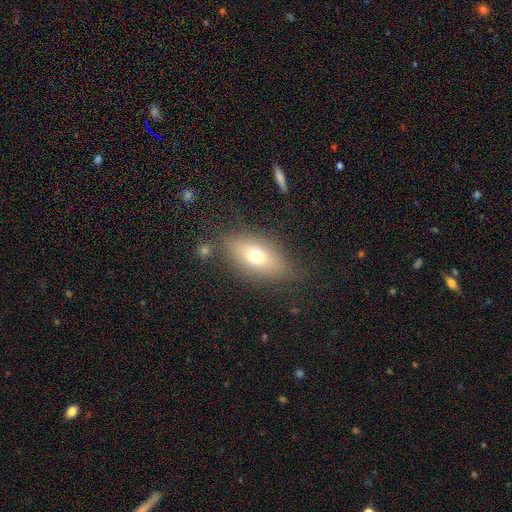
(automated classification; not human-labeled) Q: Smooth or featured?
A: smooth (67%); runner-up: featured or disk (22%)
Q: How rounded?
A: in between (81%); runner-up: round (11%)
Q: Merging?
A: none (78%); runner-up: minor disturbance (14%)